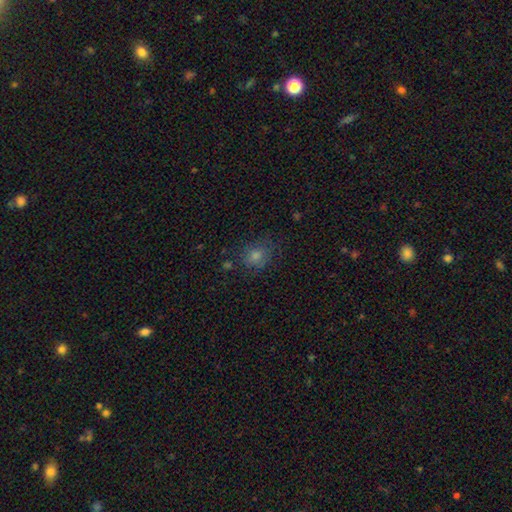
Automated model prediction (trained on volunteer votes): Q: Smooth or featured?
A: smooth (64%); runner-up: star or artifact (25%)
Q: How rounded?
A: round (72%); runner-up: in between (27%)
Q: Merging?
A: none (76%); runner-up: minor disturbance (15%)